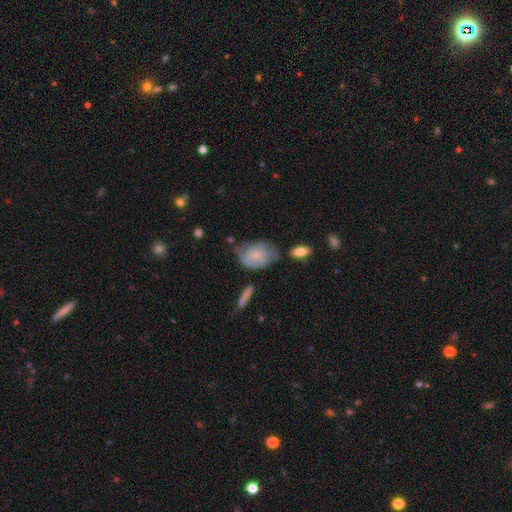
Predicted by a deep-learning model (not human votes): The model was most divided on "merging": none: 41%, minor disturbance: 33%, major disturbance: 19%, merger: 7%. More confident: edge-on disk — no (95%); spiral arms — yes (76%); bar — no (68%); bulge size — small (57%); smooth or featured — featured or disk (53%).